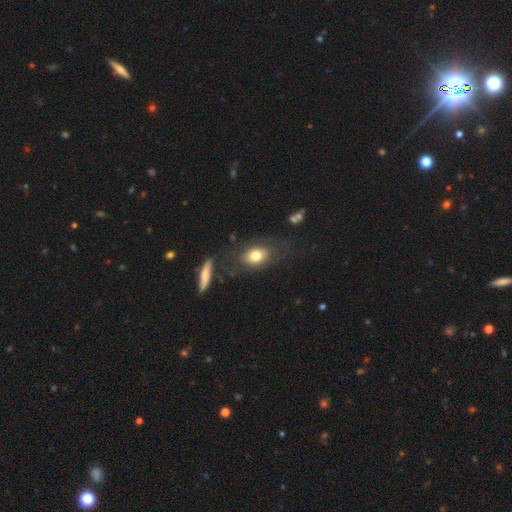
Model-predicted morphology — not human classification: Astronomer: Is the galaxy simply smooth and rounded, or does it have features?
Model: smooth — 69%.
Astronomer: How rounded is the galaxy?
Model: in between — 78%.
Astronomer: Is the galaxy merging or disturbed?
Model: none — 64%.